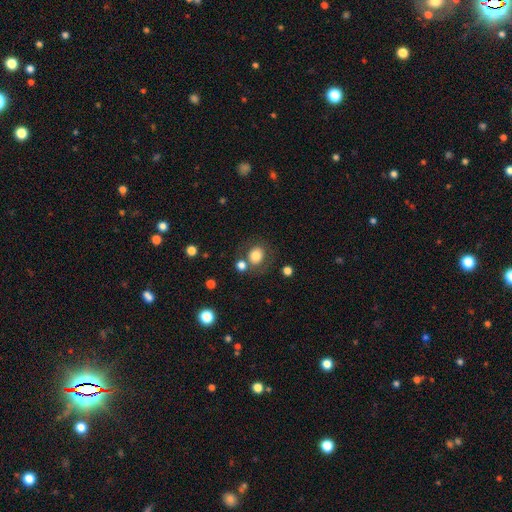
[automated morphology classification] Smooth or featured? Predicted: smooth (p=0.78). How rounded? Predicted: round (p=0.66). Merging? Predicted: none (p=0.69).